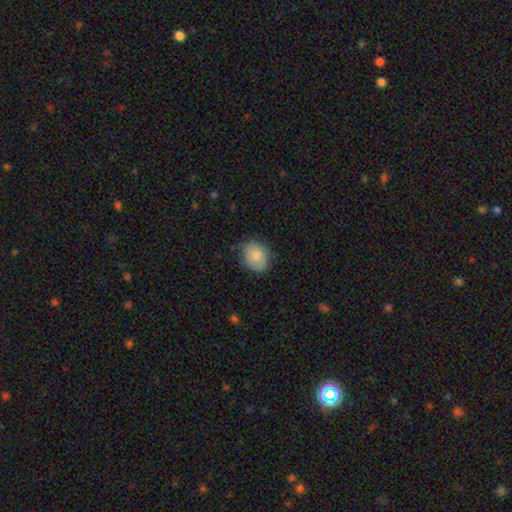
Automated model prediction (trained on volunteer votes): The model was most divided on "how rounded": in between: 52%, round: 47%, cigar-shaped: 1%. More confident: smooth or featured — smooth (81%); merging — none (70%).